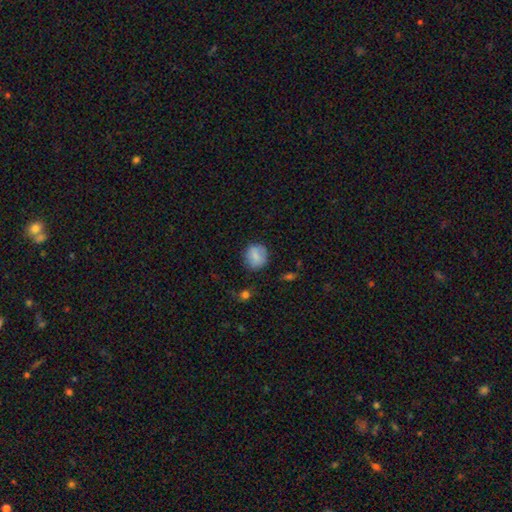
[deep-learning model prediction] Q: Smooth or featured?
A: smooth (79%); runner-up: featured or disk (12%)
Q: How rounded?
A: round (76%); runner-up: in between (23%)
Q: Merging?
A: none (76%); runner-up: minor disturbance (18%)